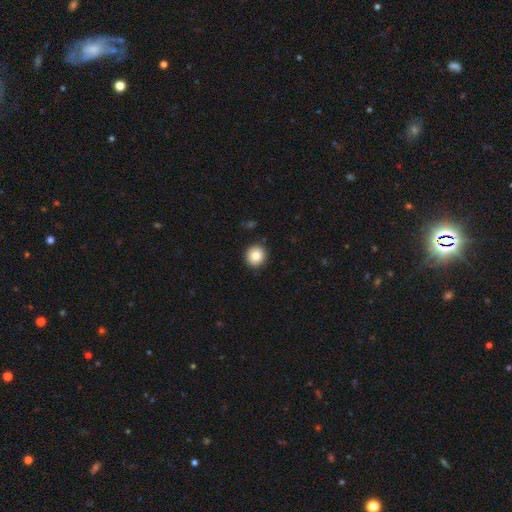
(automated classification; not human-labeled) Morphology: type=smooth (85%); roundness=round (89%); merging=none (91%).